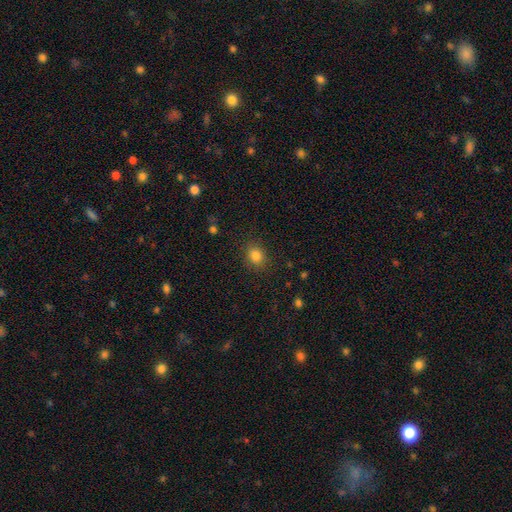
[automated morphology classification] smooth_or_featured: smooth (p=0.83) [alt: star or artifact p=0.12]
how_rounded: round (p=0.62) [alt: in between p=0.37]
merging: none (p=0.87) [alt: minor disturbance p=0.09]